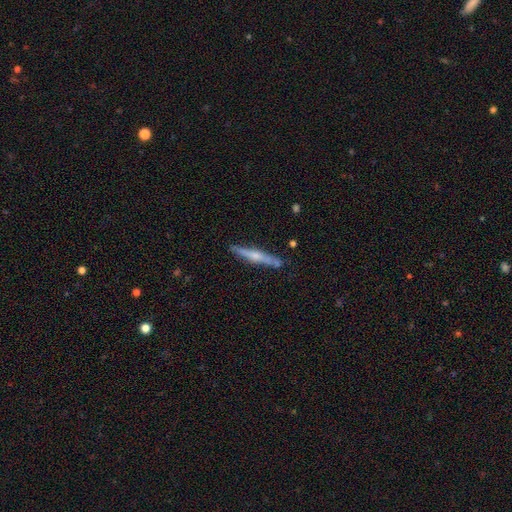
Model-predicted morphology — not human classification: Smooth or featured?
  - featured or disk: 58% *
  - smooth: 36%
  - star or artifact: 6%
Edge-on disk?
  - yes: 96% *
  - no: 4%
Edge-on bulge?
  - rounded: 62% *
  - none: 25%
  - boxy: 12%
Merging?
  - none: 82% *
  - minor disturbance: 12%
  - merger: 3%
  - major disturbance: 2%